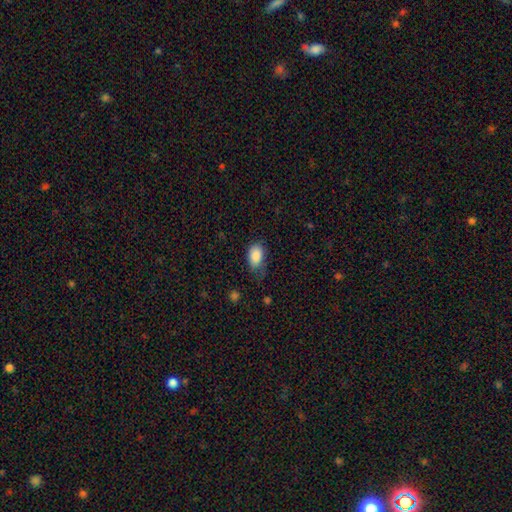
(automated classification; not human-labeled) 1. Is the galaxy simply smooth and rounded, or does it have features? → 87% smooth, 8% star or artifact, 5% featured or disk.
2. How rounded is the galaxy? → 88% in between, 10% round, 2% cigar-shaped.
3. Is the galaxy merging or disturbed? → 51% none, 34% minor disturbance, 13% major disturbance, 2% merger.